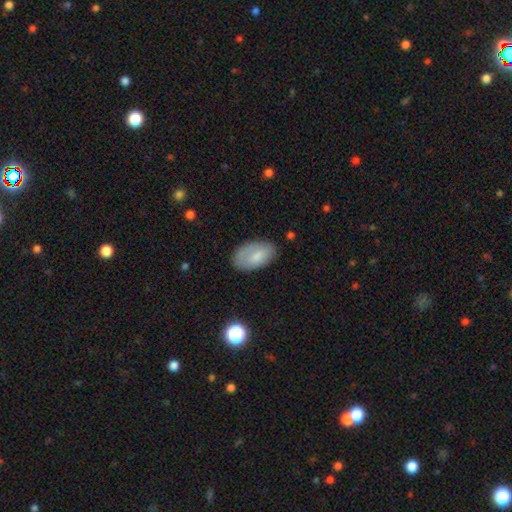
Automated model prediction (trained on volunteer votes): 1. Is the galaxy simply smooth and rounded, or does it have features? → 75% smooth, 18% featured or disk, 7% star or artifact.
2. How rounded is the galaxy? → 94% in between, 4% round, 2% cigar-shaped.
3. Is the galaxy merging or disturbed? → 72% none, 21% minor disturbance, 6% major disturbance, 2% merger.